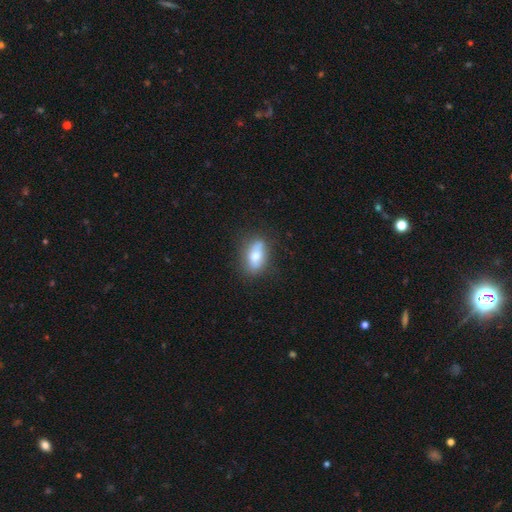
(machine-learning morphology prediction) A smooth galaxy with no disk features (66%) that is in between round and cigar-shaped (80%).

Vote fractions:
- Smooth or featured? smooth: 66% / featured or disk: 26% / star or artifact: 8%
- How rounded? in between: 80% / cigar-shaped: 13% / round: 7%
- Merging? none: 72% / minor disturbance: 20% / major disturbance: 5% / merger: 3%